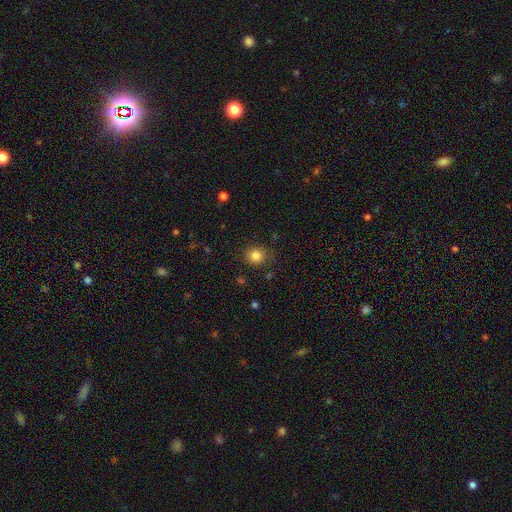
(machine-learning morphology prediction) Smooth or featured: smooth — 83% (star or artifact — 12%)
How rounded: round — 86% (in between — 13%)
Merging: none — 86% (minor disturbance — 9%)